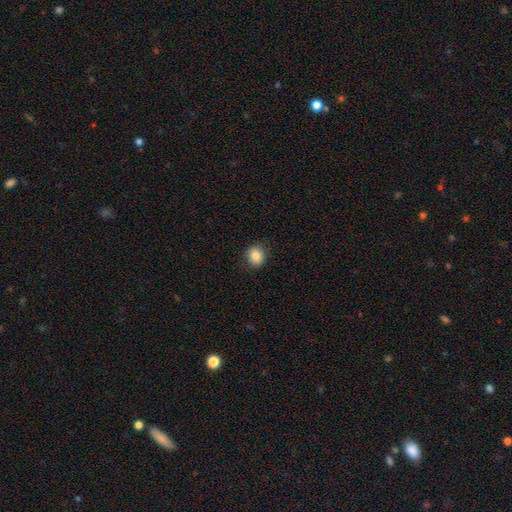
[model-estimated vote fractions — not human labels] This is clearly a smooth galaxy (84%). How rounded: likely round (69%). Merging: clearly none (87%).